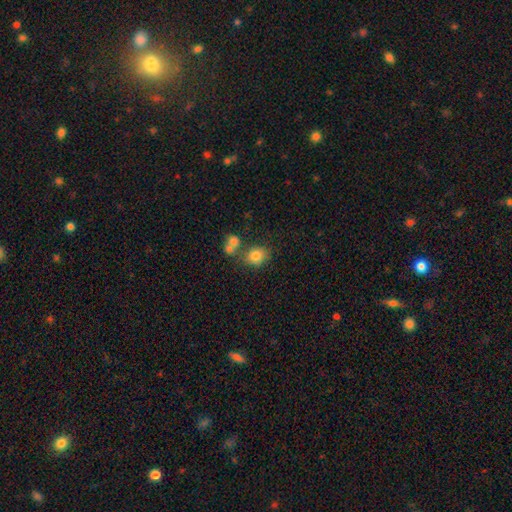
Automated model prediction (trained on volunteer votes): Overall: smooth (81%). How rounded: round (61%; in between 38%). Merging: none (58%; merger 24%).